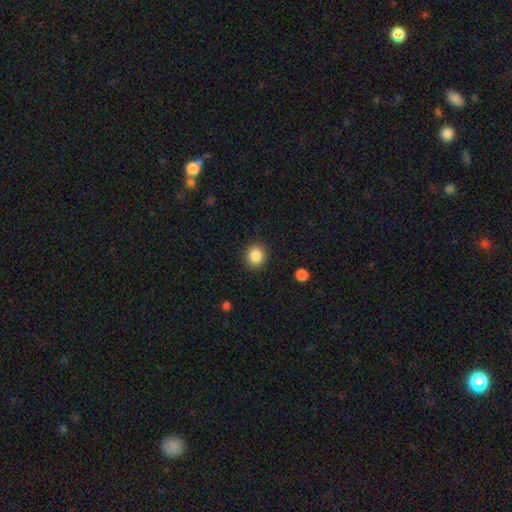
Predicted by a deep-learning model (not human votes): This is clearly a smooth galaxy (87%). How rounded: clearly round (84%). Merging: clearly none (90%).